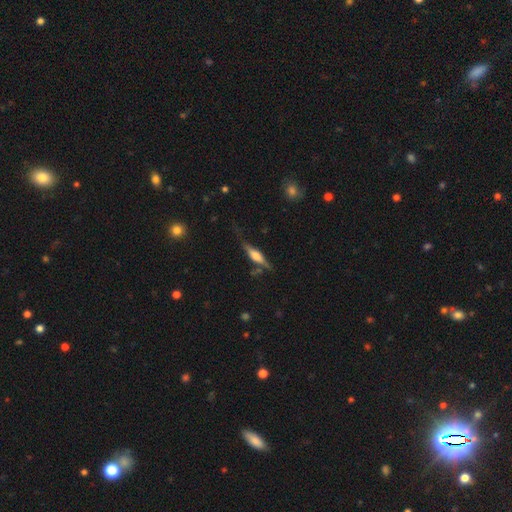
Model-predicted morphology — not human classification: featured or disk 64%, smooth 29%, star or artifact 7%. Down the decision tree: edge-on disk — yes (94%); edge-on bulge — rounded (75%); merging — none (66%).